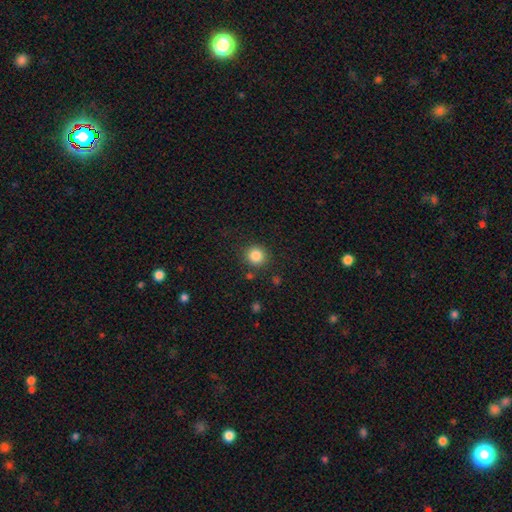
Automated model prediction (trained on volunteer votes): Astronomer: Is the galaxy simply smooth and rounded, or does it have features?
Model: smooth — 84%.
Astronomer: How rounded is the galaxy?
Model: round — 92%.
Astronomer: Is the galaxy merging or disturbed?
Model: none — 87%.